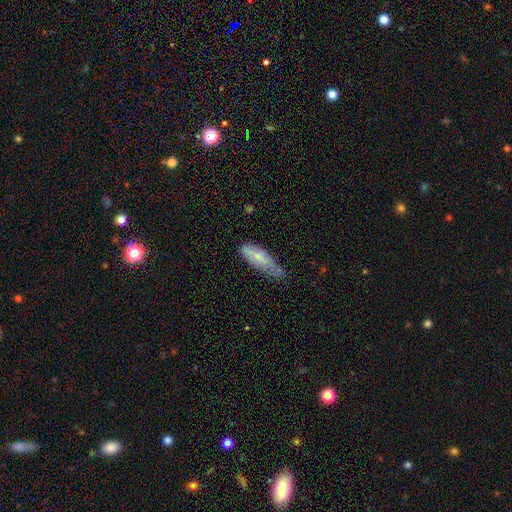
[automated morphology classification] smooth 71%, featured or disk 23%, star or artifact 7%. Down the decision tree: how rounded — in between (56%); merging — minor disturbance (44%).